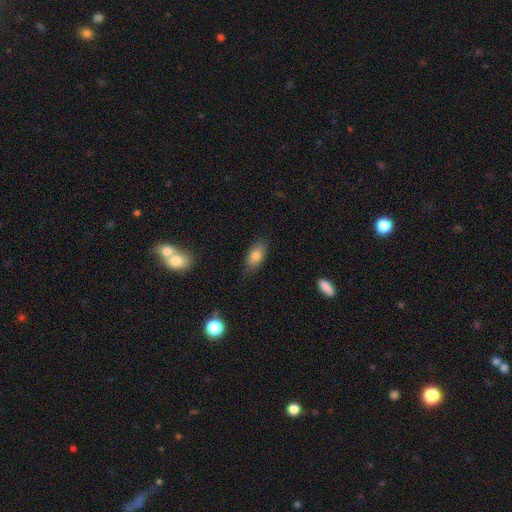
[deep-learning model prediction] A smooth galaxy with no disk features (78%) that is in between round and cigar-shaped (88%). Merging: none (83%).